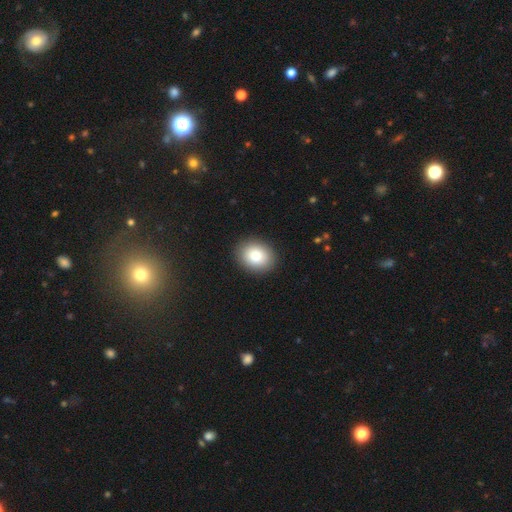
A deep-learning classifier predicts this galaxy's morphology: A smooth galaxy with no disk features (82%) that is round (50%). Merging: none (91%).